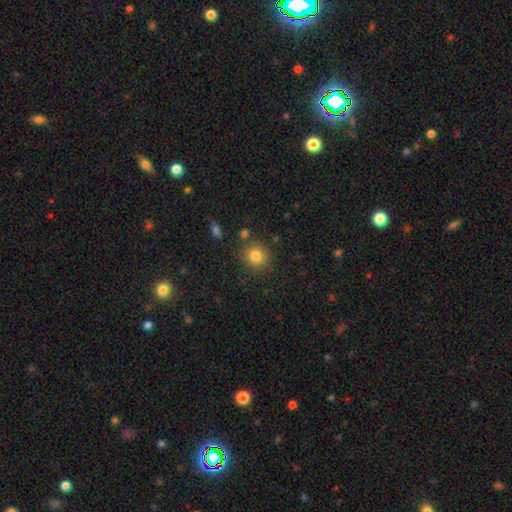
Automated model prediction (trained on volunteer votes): Smooth or featured?
  - smooth: 82% *
  - star or artifact: 11%
  - featured or disk: 7%
How rounded?
  - round: 85% *
  - in between: 14%
  - cigar-shaped: 1%
Merging?
  - none: 83% *
  - minor disturbance: 9%
  - merger: 5%
  - major disturbance: 3%